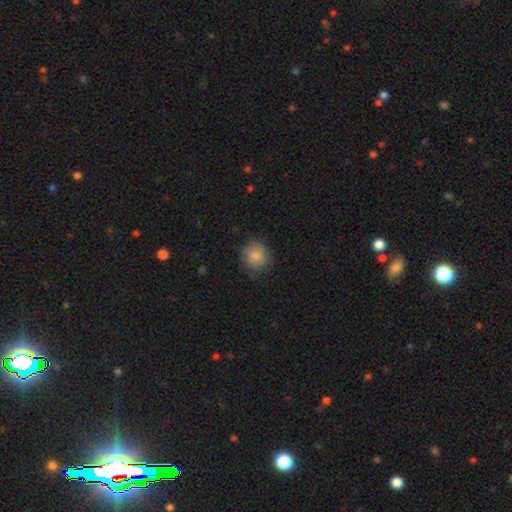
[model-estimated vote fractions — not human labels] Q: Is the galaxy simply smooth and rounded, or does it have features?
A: smooth — 80%.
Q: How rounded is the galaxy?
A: round — 84%.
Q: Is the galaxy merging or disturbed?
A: none — 74%.